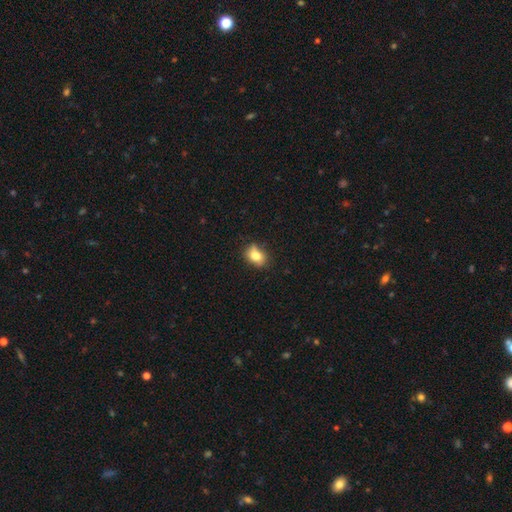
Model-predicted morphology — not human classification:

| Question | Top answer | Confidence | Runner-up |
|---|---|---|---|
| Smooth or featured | smooth | 78% | featured or disk (11%) |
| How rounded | in between | 66% | round (33%) |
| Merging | none | 63% | minor disturbance (27%) |